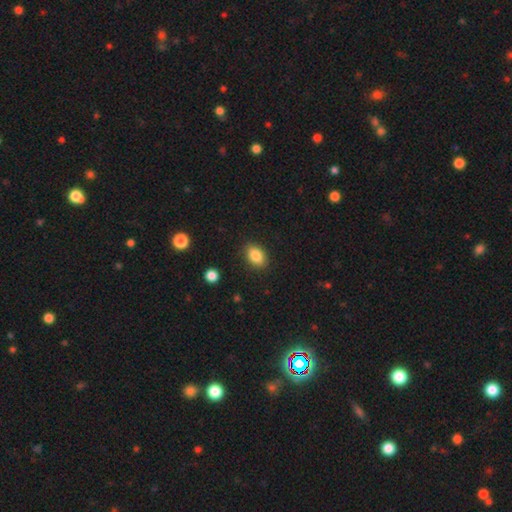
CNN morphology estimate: Overall: smooth (85%). How rounded: in between (85%). Merging: none (88%).